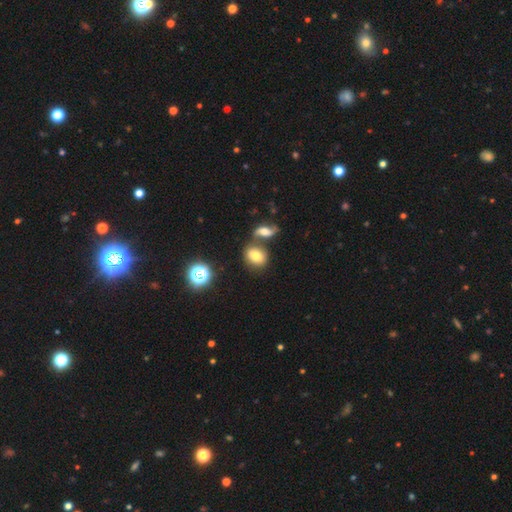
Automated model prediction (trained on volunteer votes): smooth-or-featured: smooth: 72% | featured or disk: 15% | star or artifact: 13%
  how-rounded: in between: 56% | round: 42% | cigar-shaped: 2%
  merging: none: 56% | merger: 29% | minor disturbance: 11% | major disturbance: 4%